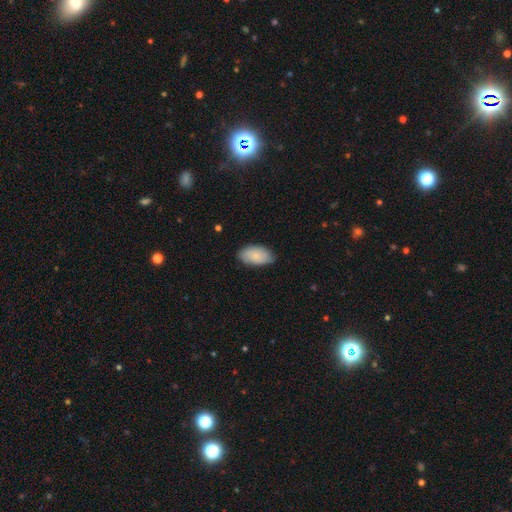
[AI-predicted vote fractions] smooth_or_featured: smooth (p=0.77) [alt: featured or disk p=0.17]
how_rounded: in between (p=0.95) [alt: round p=0.03]
merging: none (p=0.73) [alt: minor disturbance p=0.22]